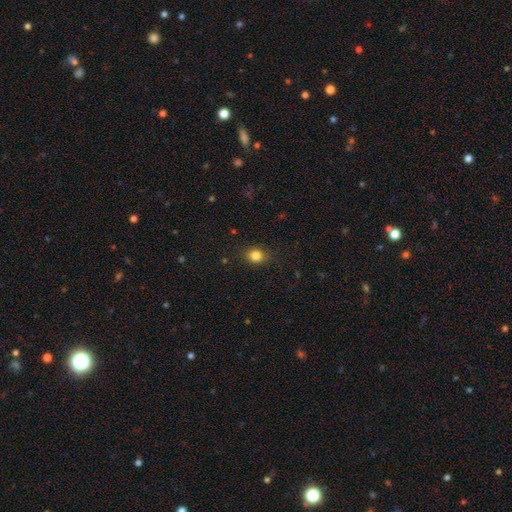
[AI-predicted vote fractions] A smooth galaxy with no disk features (83%) that is round (65%). Merging: none (85%).